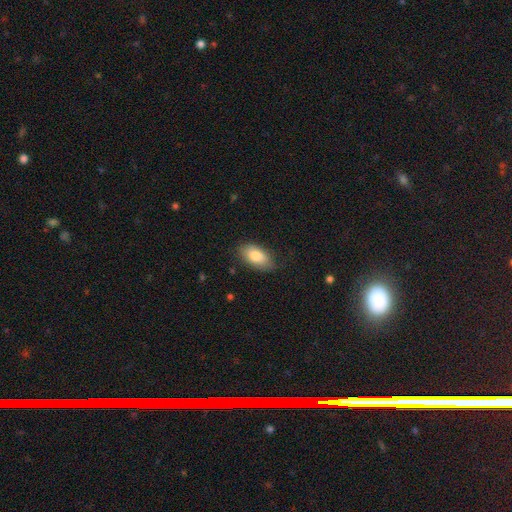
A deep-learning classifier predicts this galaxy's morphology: Smooth or featured? Predicted: smooth (p=0.84). How rounded? Predicted: in between (p=0.93). Merging? Predicted: none (p=0.77).